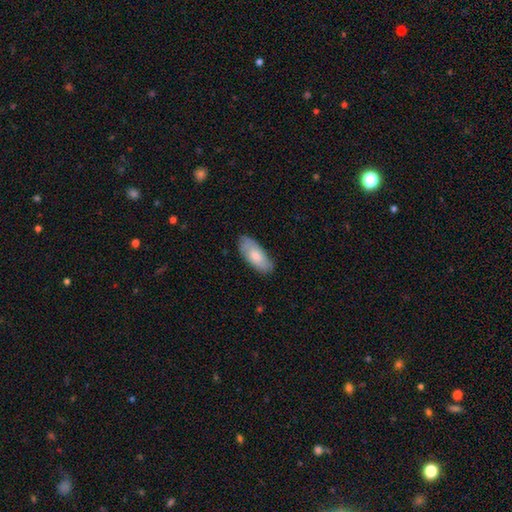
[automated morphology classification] type=smooth (71%); roundness=in between (86%); merging=none (78%).